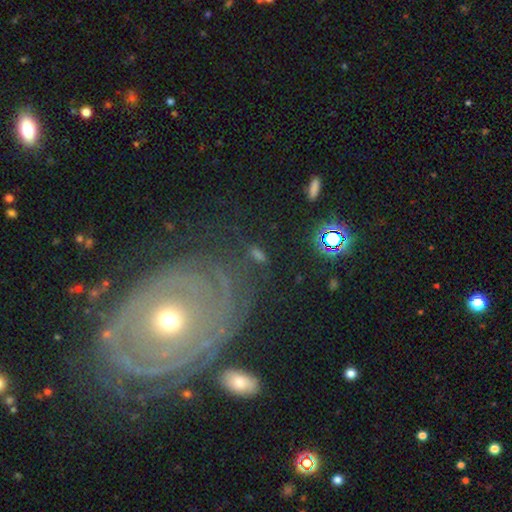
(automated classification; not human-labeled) A featured or disk galaxy (44%). Merging: none (72%).